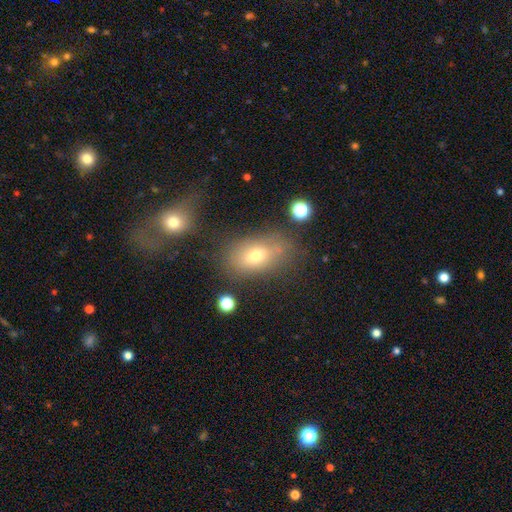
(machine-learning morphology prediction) type=smooth (67%); roundness=in between (83%); merging=none (62%).